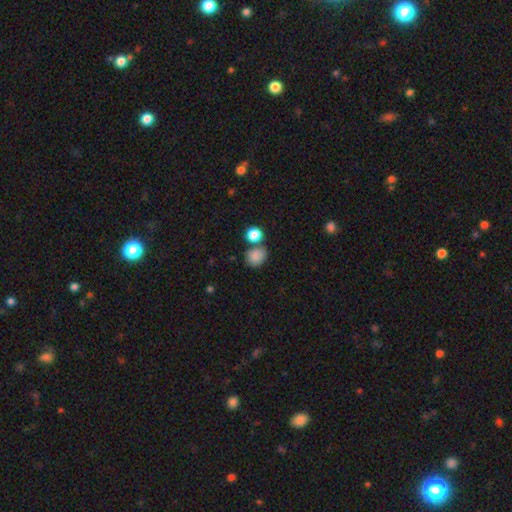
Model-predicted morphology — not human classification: Q: Smooth or featured?
A: smooth (85%); runner-up: star or artifact (10%)
Q: How rounded?
A: round (64%); runner-up: in between (35%)
Q: Merging?
A: none (60%); runner-up: merger (21%)